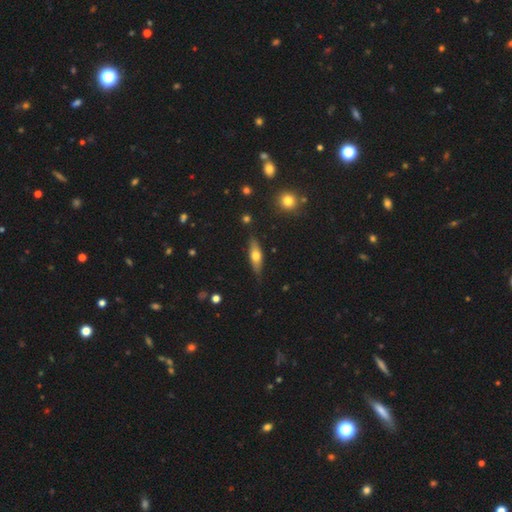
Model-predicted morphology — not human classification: This is possibly a smooth galaxy (54%). How rounded: possibly cigar-shaped (49%). Merging: clearly none (81%).